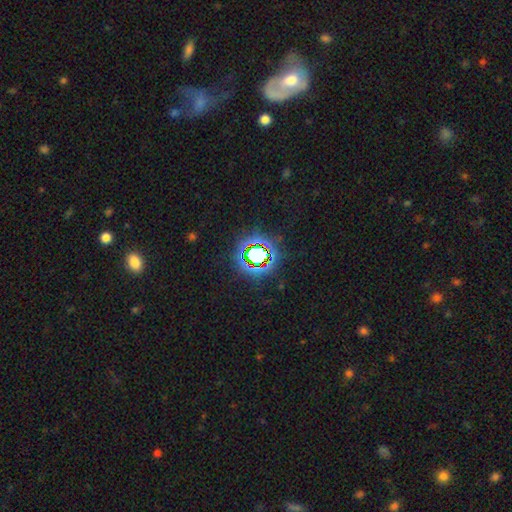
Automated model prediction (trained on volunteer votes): Smooth or featured? star or artifact (75%)